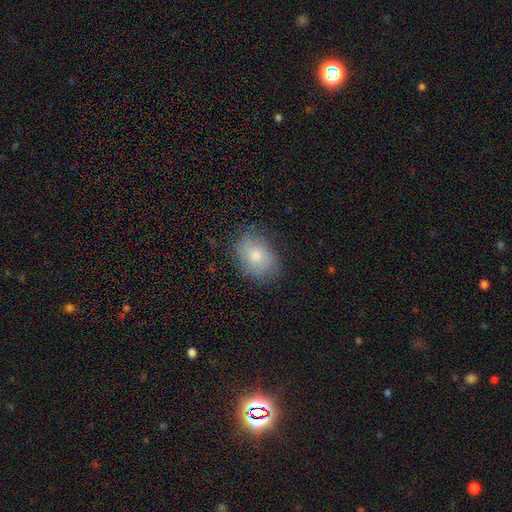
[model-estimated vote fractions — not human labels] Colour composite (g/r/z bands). It shows a smooth galaxy with no disk features (75%) that is in between round and cigar-shaped (74%). Merging: none (75%).